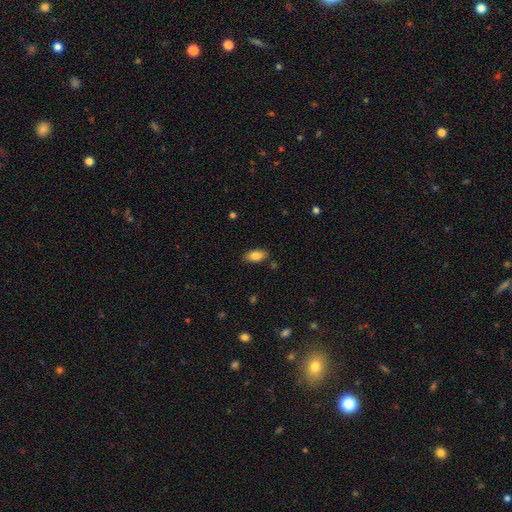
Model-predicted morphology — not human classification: The model was most divided on "merging": none: 85%, minor disturbance: 11%, major disturbance: 2%, merger: 2%. More confident: how rounded — in between (91%); smooth or featured — smooth (83%).